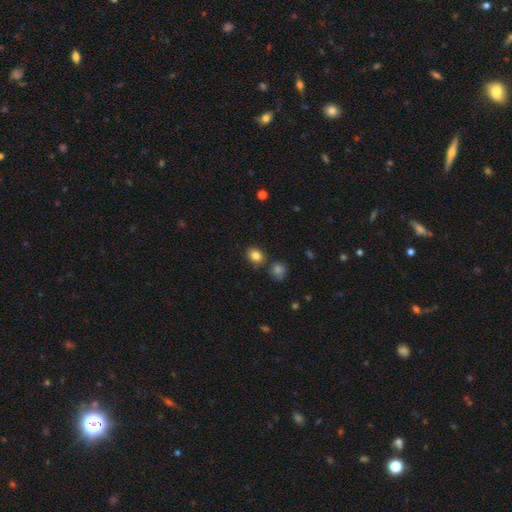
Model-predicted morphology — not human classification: The model was most divided on "how rounded": in between: 56%, round: 43%, cigar-shaped: 1%. More confident: smooth or featured — smooth (84%); merging — none (78%).